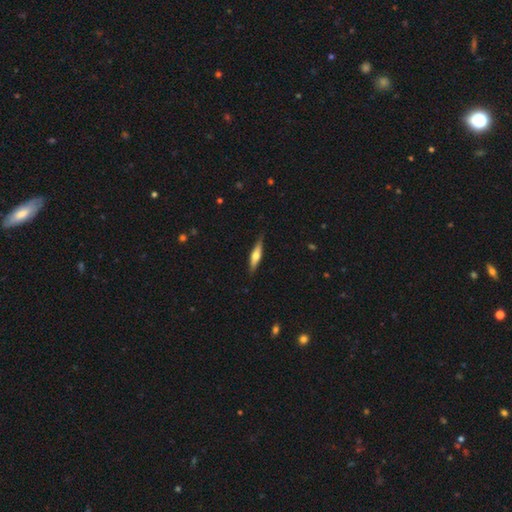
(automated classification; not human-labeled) The model was most divided on "smooth or featured": featured or disk: 54%, smooth: 40%, star or artifact: 6%. More confident: edge-on disk — yes (94%); edge-on bulge — rounded (90%); merging — none (86%).